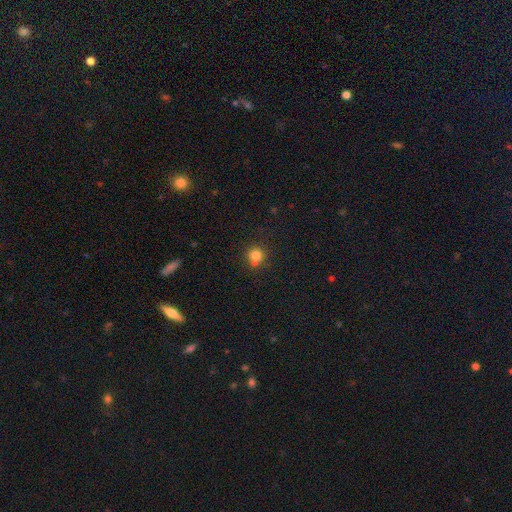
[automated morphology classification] A smooth galaxy with no disk features (79%) that is round (87%). Merging: none (58%).